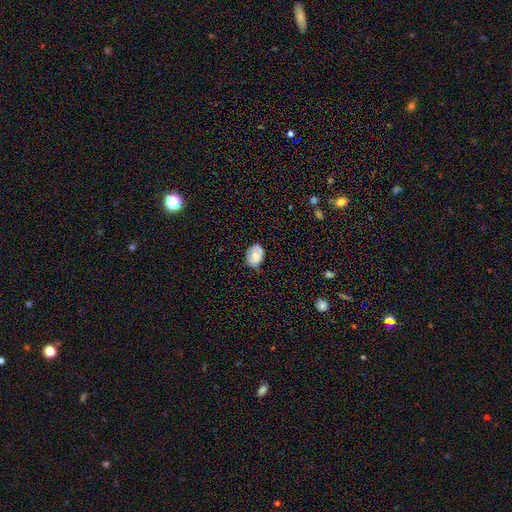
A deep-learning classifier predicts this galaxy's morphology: A smooth galaxy with no disk features (73%) that is in between round and cigar-shaped (76%).

Vote fractions:
- Smooth or featured? smooth: 73% / featured or disk: 19% / star or artifact: 8%
- How rounded? in between: 76% / round: 23% / cigar-shaped: 1%
- Merging? none: 59% / minor disturbance: 33% / major disturbance: 6% / merger: 2%